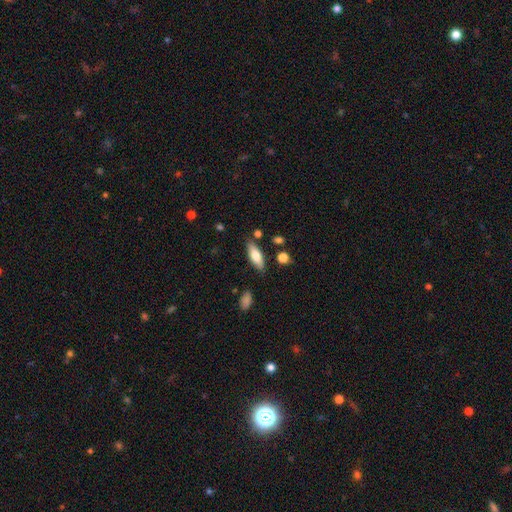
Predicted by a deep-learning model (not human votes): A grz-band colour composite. It shows a smooth galaxy with no disk features (69%) that is in between round and cigar-shaped (63%). Merging: none (82%).